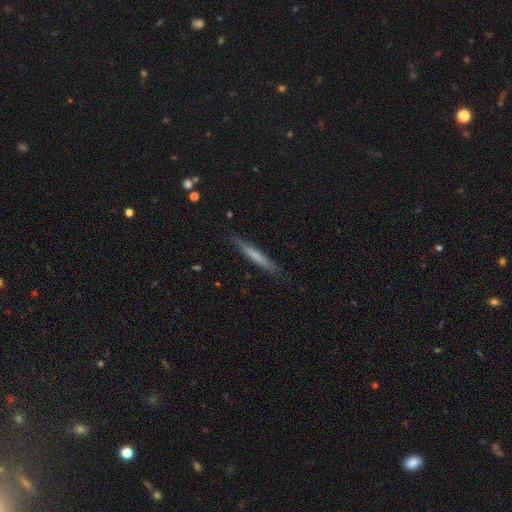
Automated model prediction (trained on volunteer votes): smooth_or_featured: smooth (p=0.59) [alt: featured or disk p=0.35]
how_rounded: cigar-shaped (p=0.96) [alt: in between p=0.03]
merging: none (p=0.88) [alt: minor disturbance p=0.09]